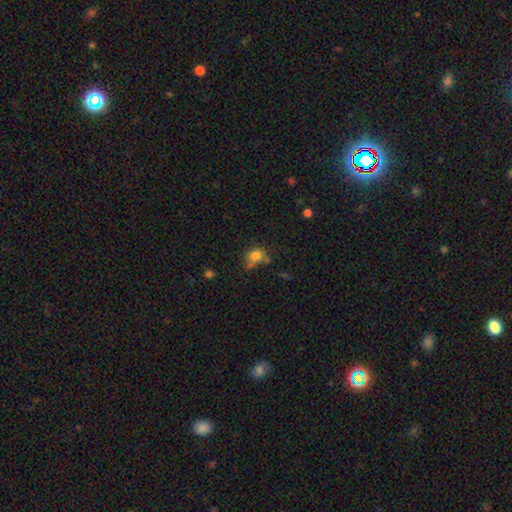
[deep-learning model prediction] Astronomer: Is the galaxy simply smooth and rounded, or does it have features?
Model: smooth — 78%.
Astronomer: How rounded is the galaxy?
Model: round — 57% (runner-up: in between, 42%).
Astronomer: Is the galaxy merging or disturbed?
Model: none — 45% (runner-up: minor disturbance, 25%).